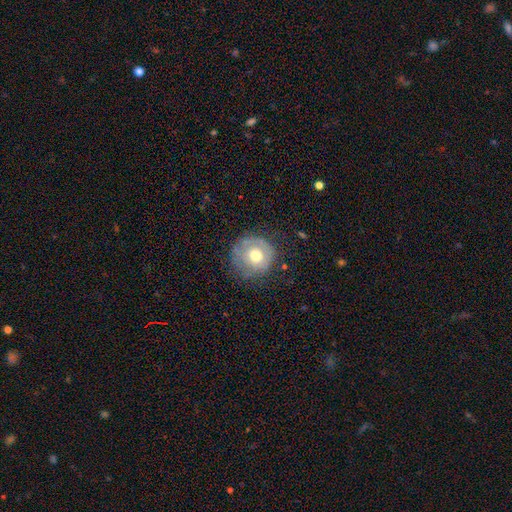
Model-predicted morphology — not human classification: A smooth galaxy with no disk features (55%) that is round (91%).

Vote fractions:
- Smooth or featured? smooth: 55% / featured or disk: 37% / star or artifact: 8%
- How rounded? round: 91% / in between: 8% / cigar-shaped: 1%
- Merging? none: 66% / minor disturbance: 22% / major disturbance: 11% / merger: 2%